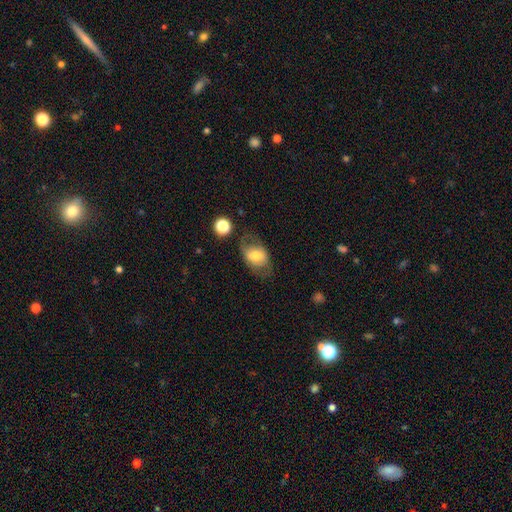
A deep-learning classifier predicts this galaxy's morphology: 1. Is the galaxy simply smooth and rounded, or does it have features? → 61% smooth, 31% featured or disk, 8% star or artifact.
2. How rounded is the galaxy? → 74% in between, 25% round, 1% cigar-shaped.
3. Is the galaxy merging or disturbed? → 58% none, 23% minor disturbance, 16% major disturbance, 4% merger.